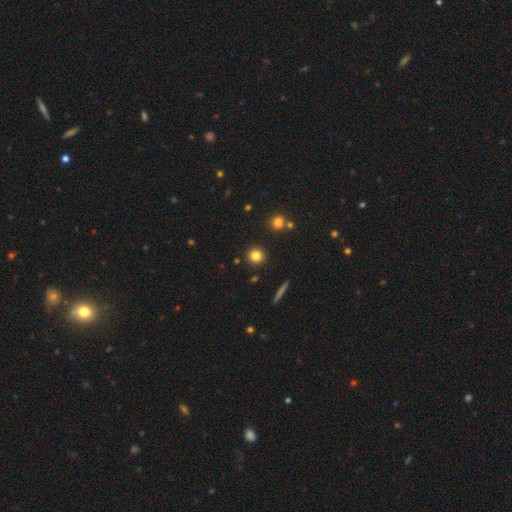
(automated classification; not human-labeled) Q: Smooth or featured?
A: smooth (81%); runner-up: star or artifact (12%)
Q: How rounded?
A: round (92%); runner-up: in between (6%)
Q: Merging?
A: none (91%); runner-up: minor disturbance (5%)